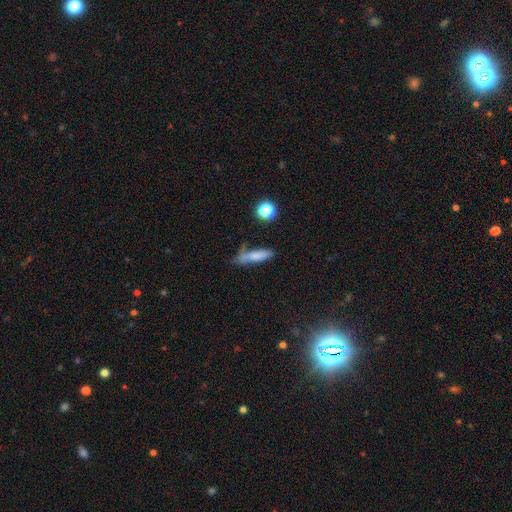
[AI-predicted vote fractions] A smooth galaxy with no disk features (74%) that is cigar-shaped (71%).

Vote fractions:
- Smooth or featured? smooth: 74% / featured or disk: 16% / star or artifact: 10%
- How rounded? cigar-shaped: 71% / in between: 25% / round: 3%
- Merging? none: 52% / minor disturbance: 25% / merger: 11% / major disturbance: 11%